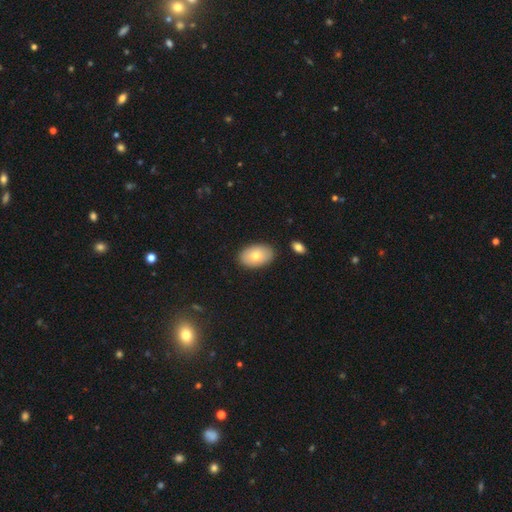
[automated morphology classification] Smooth or featured? Predicted: smooth (p=0.75). How rounded? Predicted: in between (p=0.91). Merging? Predicted: none (p=0.87).